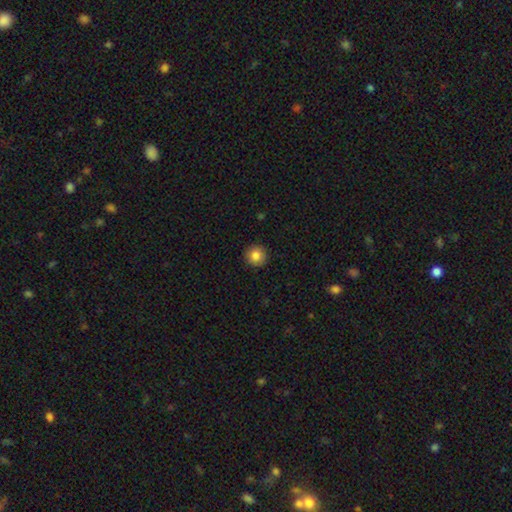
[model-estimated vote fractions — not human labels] A smooth galaxy with no disk features (85%) that is round (95%). Merging: none (92%).